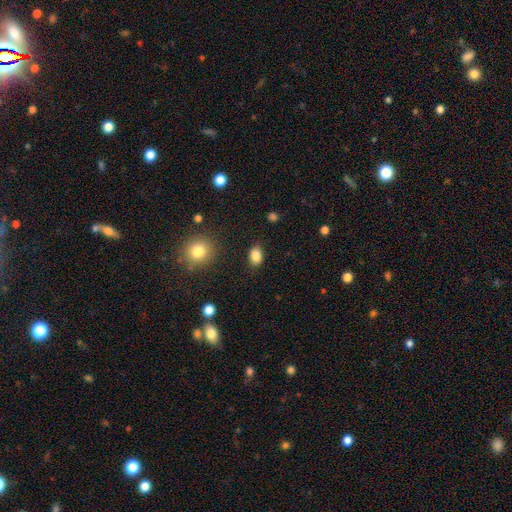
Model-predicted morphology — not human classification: The model was most divided on "how rounded": in between: 77%, round: 22%, cigar-shaped: 1%. More confident: smooth or featured — smooth (85%); merging — none (85%).